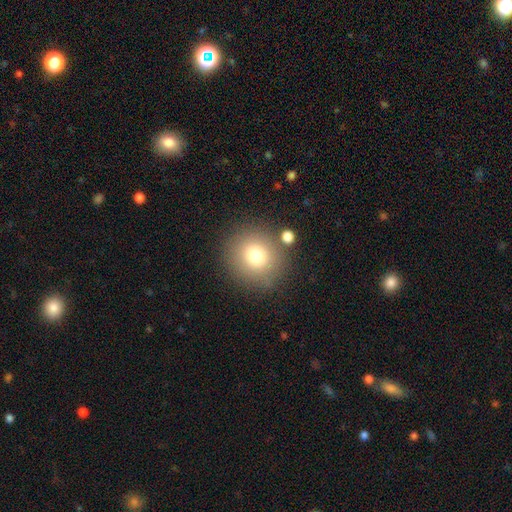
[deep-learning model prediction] Q: Smooth or featured?
A: smooth (76%); runner-up: star or artifact (13%)
Q: How rounded?
A: round (91%); runner-up: in between (8%)
Q: Merging?
A: none (80%); runner-up: minor disturbance (9%)